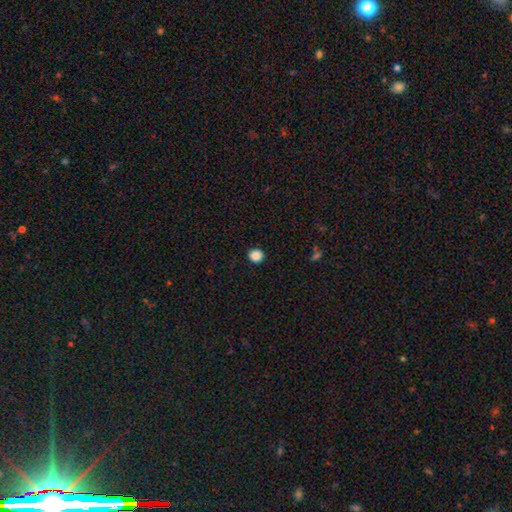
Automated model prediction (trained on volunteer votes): Smooth or featured: smooth — 87% (star or artifact — 10%)
How rounded: round — 81% (in between — 18%)
Merging: none — 90% (minor disturbance — 7%)